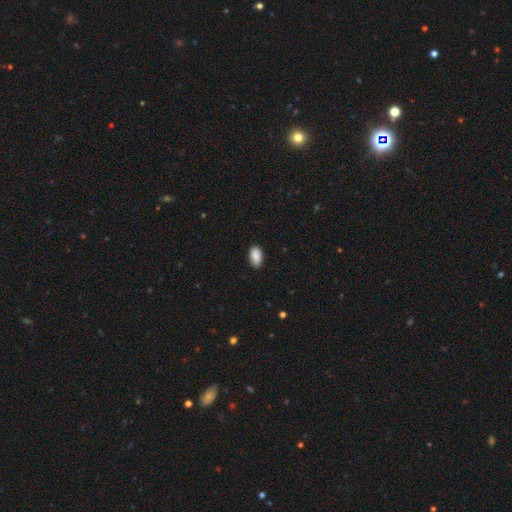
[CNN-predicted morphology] smooth 88%, star or artifact 7%, featured or disk 6%. Down the decision tree: how rounded — in between (94%); merging — none (86%).